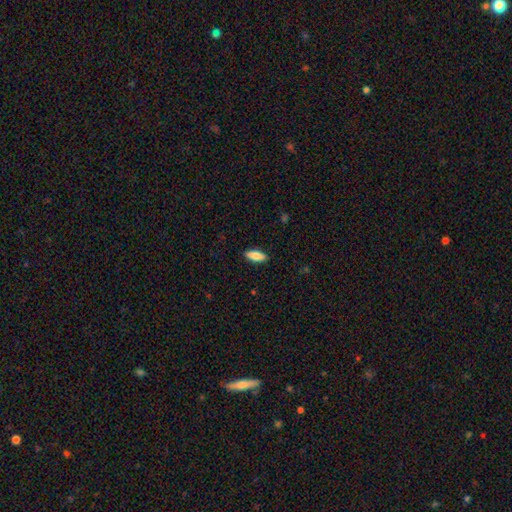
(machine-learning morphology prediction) The model was most divided on "how rounded": in between: 69%, cigar-shaped: 29%, round: 2%. More confident: merging — none (89%); smooth or featured — smooth (78%).